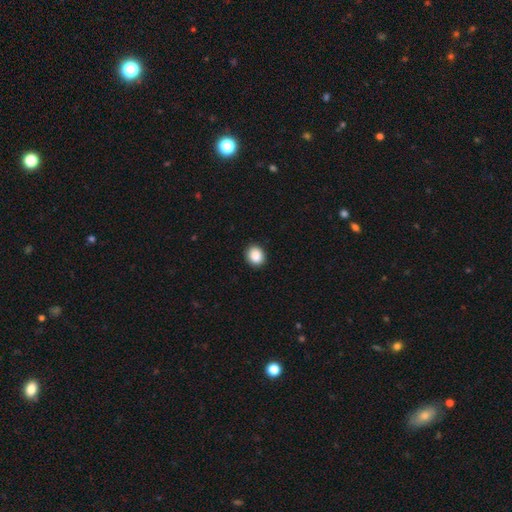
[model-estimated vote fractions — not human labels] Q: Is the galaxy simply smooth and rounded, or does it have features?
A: smooth — 89%.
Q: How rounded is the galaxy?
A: round — 67%.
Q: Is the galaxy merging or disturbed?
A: none — 91%.